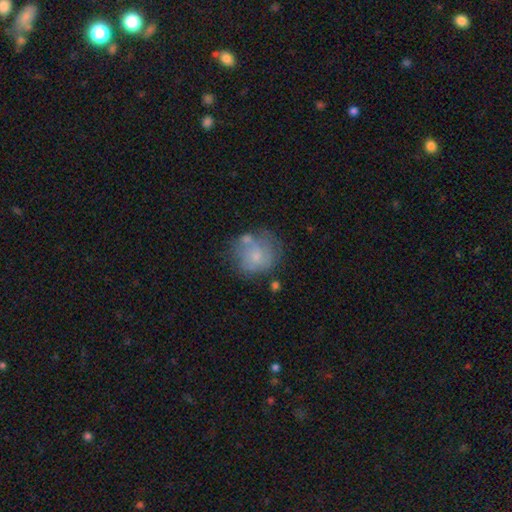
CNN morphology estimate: Smooth or featured?
  - smooth: 53% *
  - featured or disk: 39%
  - star or artifact: 8%
How rounded?
  - round: 80% *
  - in between: 19%
  - cigar-shaped: 1%
Merging?
  - none: 47% *
  - minor disturbance: 23%
  - merger: 16%
  - major disturbance: 14%